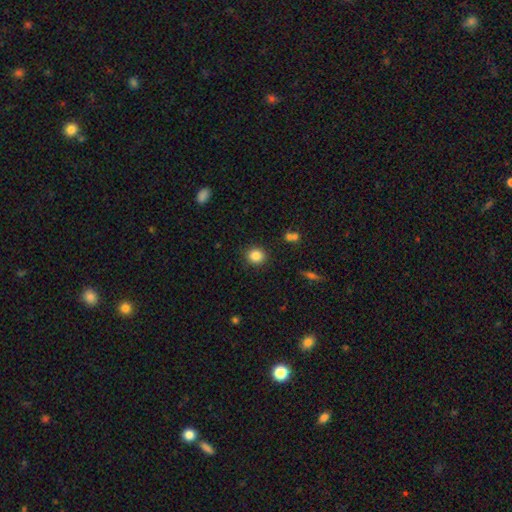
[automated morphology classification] Smooth or featured? Predicted: smooth (p=0.84). How rounded? Predicted: round (p=0.87). Merging? Predicted: none (p=0.89).